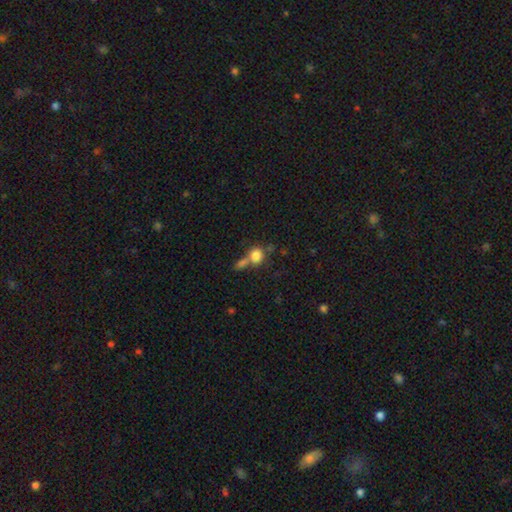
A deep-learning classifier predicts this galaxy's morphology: Smooth or featured?
  - smooth: 80% *
  - star or artifact: 10%
  - featured or disk: 10%
How rounded?
  - round: 75% *
  - in between: 24%
  - cigar-shaped: 2%
Merging?
  - merger: 44% *
  - none: 39%
  - minor disturbance: 10%
  - major disturbance: 6%